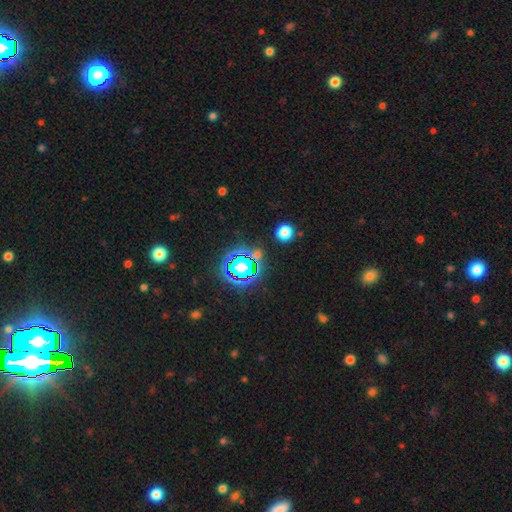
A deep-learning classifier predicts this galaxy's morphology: Smooth or featured? Predicted: star or artifact (p=0.70).